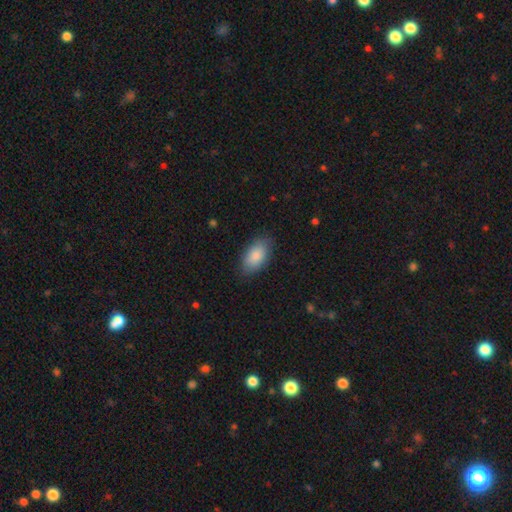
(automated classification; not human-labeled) Smooth or featured?
  - smooth: 86% *
  - featured or disk: 8%
  - star or artifact: 6%
How rounded?
  - in between: 94% *
  - round: 4%
  - cigar-shaped: 2%
Merging?
  - none: 82% *
  - minor disturbance: 14%
  - major disturbance: 3%
  - merger: 1%